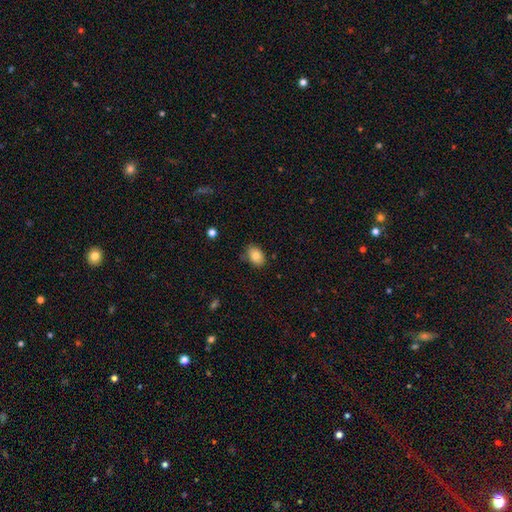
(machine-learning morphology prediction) The model was most divided on "merging": none: 75%, minor disturbance: 19%, major disturbance: 3%, merger: 2%. More confident: smooth or featured — smooth (83%); how rounded — in between (79%).